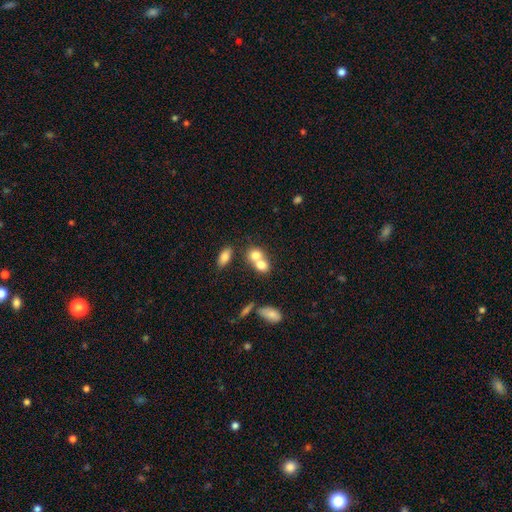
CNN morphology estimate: This is likely a smooth galaxy (74%). How rounded: possibly round (58%). Merging: likely merger (65%).